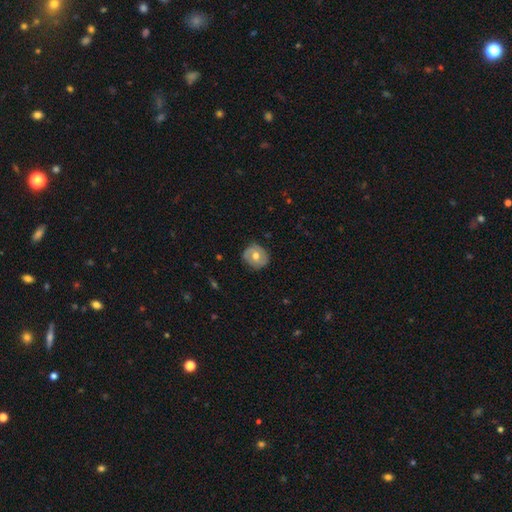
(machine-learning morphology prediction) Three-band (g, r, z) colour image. It shows a smooth galaxy with no disk features (48%). Merging: none (79%).